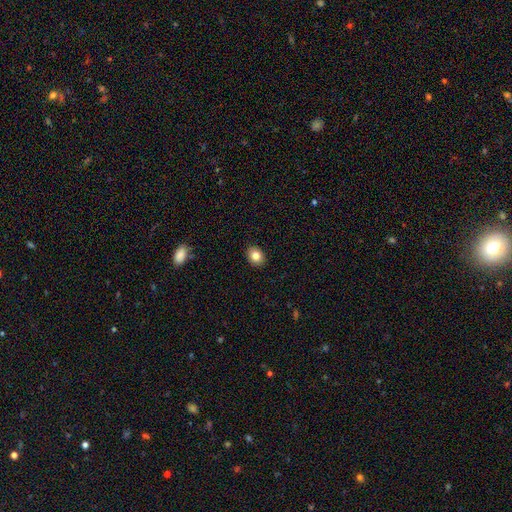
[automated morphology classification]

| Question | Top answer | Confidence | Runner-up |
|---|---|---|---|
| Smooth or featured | smooth | 83% | star or artifact (9%) |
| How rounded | in between | 54% | round (45%) |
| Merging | none | 90% | minor disturbance (7%) |